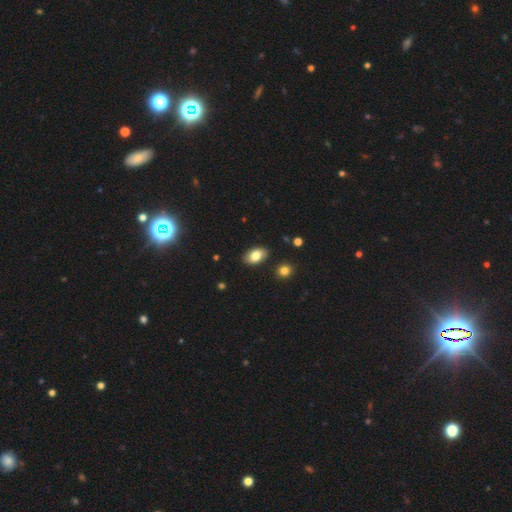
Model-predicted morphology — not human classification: Smooth or featured? smooth (80%)
How rounded? in between (92%)
Merging? none (87%)